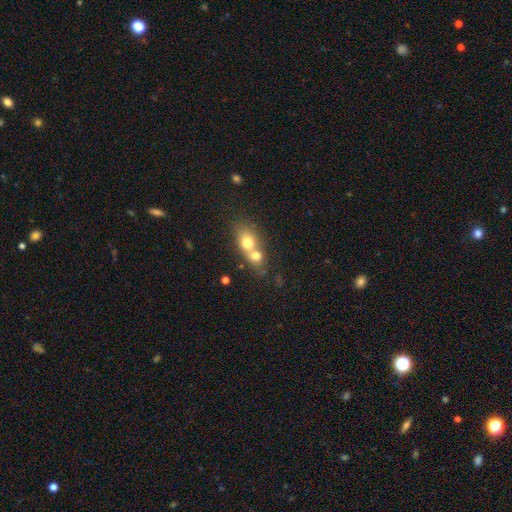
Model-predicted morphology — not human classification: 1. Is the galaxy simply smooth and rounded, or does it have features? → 70% smooth, 21% featured or disk, 10% star or artifact.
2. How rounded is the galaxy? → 50% in between, 47% round, 3% cigar-shaped.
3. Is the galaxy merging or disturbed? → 71% merger, 20% none, 5% minor disturbance, 3% major disturbance.